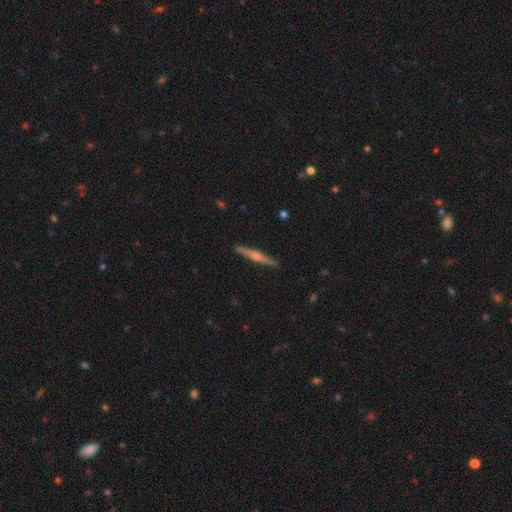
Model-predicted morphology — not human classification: smooth-or-featured: featured or disk: 64% | smooth: 26% | star or artifact: 11%
  disk-edge-on: yes: 94% | no: 6%
    edge-on-bulge: rounded: 83% | none: 11% | boxy: 6%
  merging: none: 89% | minor disturbance: 8% | major disturbance: 2% | merger: 1%